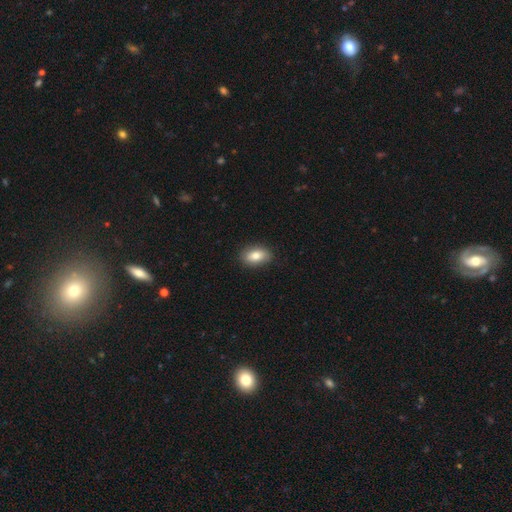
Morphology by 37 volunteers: This appears to be a smooth galaxy with no disk features (78%) that is in between round and cigar-shaped (86%). Merging: none (89%).